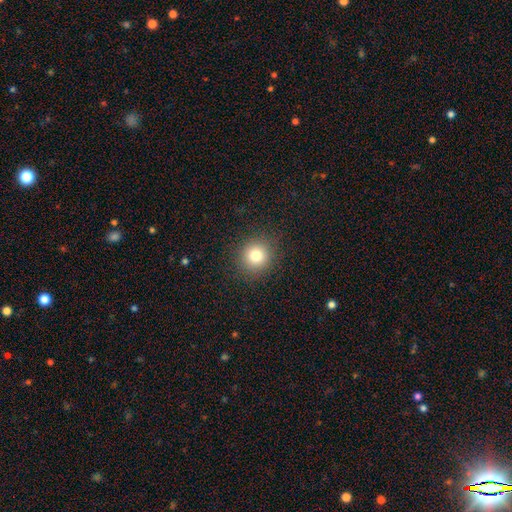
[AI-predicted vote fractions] This appears to be a smooth galaxy with no disk features (80%) that is round (90%). Merging: none (90%).